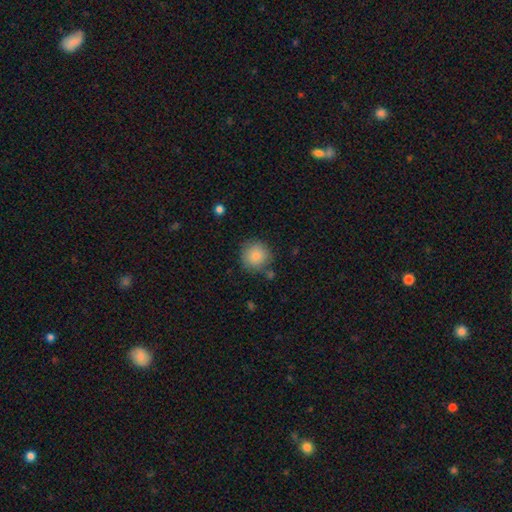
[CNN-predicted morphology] The model was most divided on "merging": none: 83%, minor disturbance: 11%, merger: 4%, major disturbance: 3%. More confident: how rounded — round (93%); smooth or featured — smooth (87%).